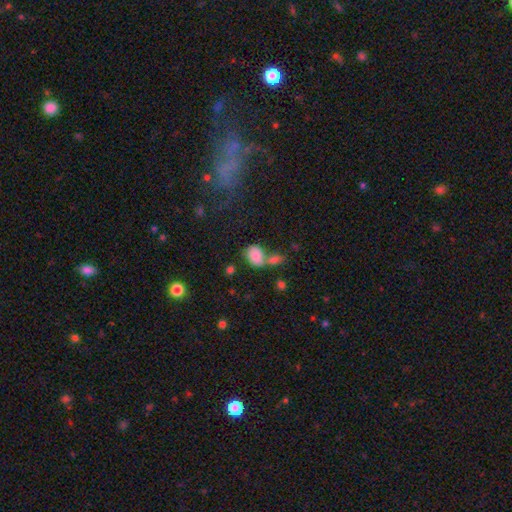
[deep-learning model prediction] A smooth galaxy with no disk features (82%) that is in between round and cigar-shaped (74%). Merging: merger (43%).